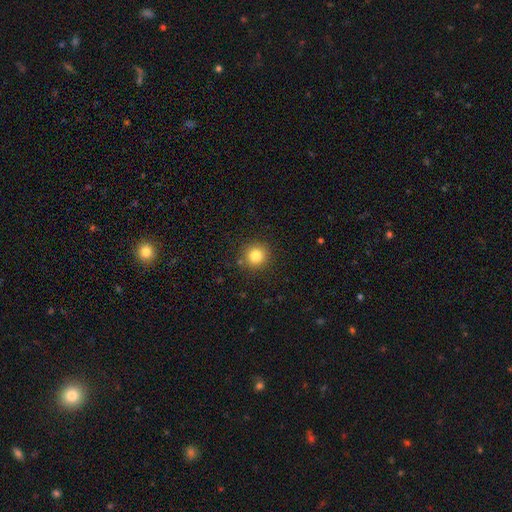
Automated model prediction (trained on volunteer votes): Overall: smooth (82%). How rounded: round (94%). Merging: none (88%).